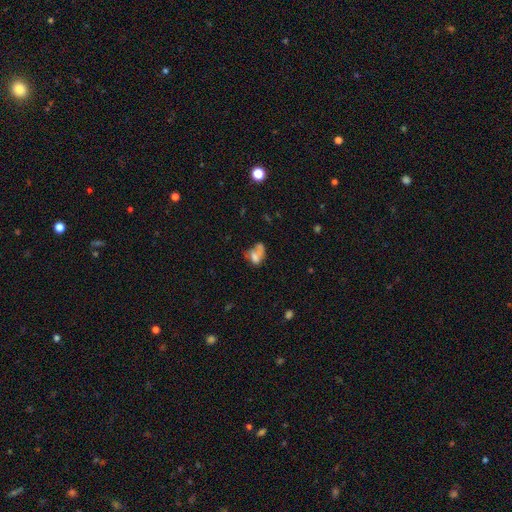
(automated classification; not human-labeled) smooth 61%, featured or disk 26%, star or artifact 13%. Down the decision tree: how rounded — in between (76%); merging — merger (38%).